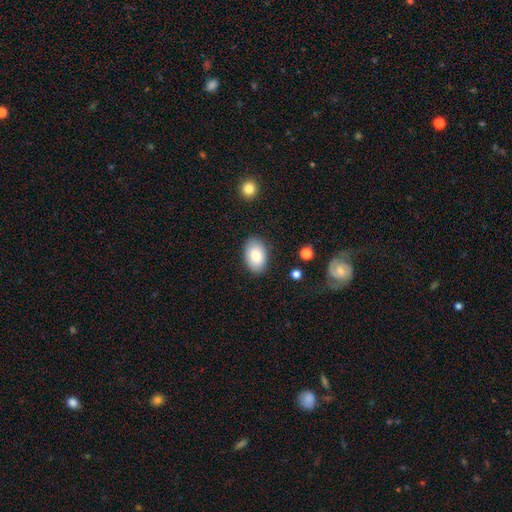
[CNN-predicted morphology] Smooth or featured? Predicted: smooth (p=0.84). How rounded? Predicted: in between (p=0.92). Merging? Predicted: none (p=0.85).